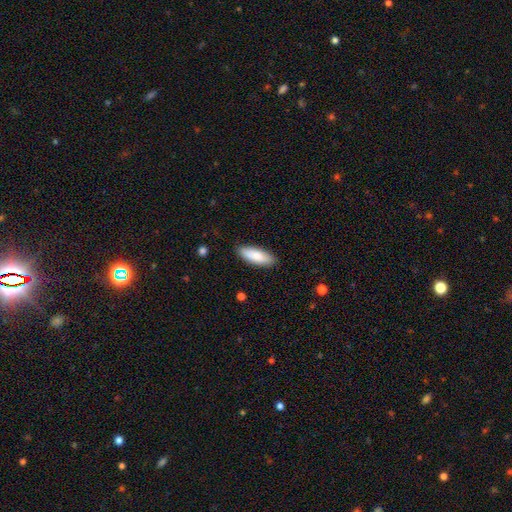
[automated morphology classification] smooth_or_featured: smooth (p=0.84) [alt: featured or disk p=0.11]
how_rounded: in between (p=0.67) [alt: cigar-shaped p=0.31]
merging: none (p=0.87) [alt: minor disturbance p=0.10]